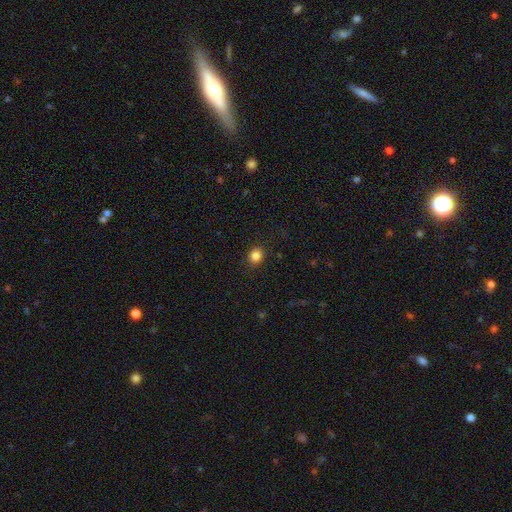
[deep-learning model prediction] smooth_or_featured: smooth (p=0.85) [alt: star or artifact p=0.11]
how_rounded: round (p=0.77) [alt: in between p=0.22]
merging: none (p=0.89) [alt: minor disturbance p=0.07]